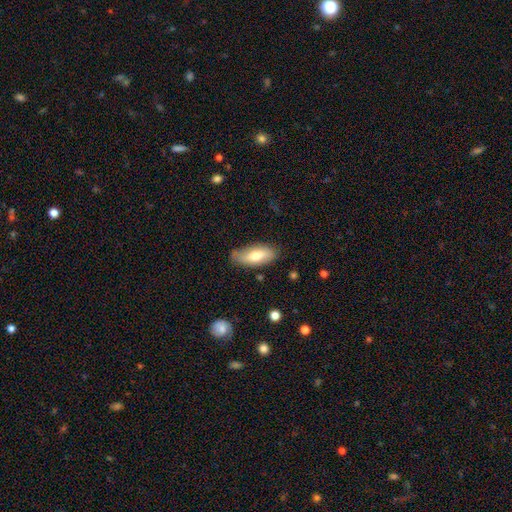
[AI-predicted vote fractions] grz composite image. It shows a smooth galaxy with no disk features (70%) that is in between round and cigar-shaped (84%). Merging: none (70%).